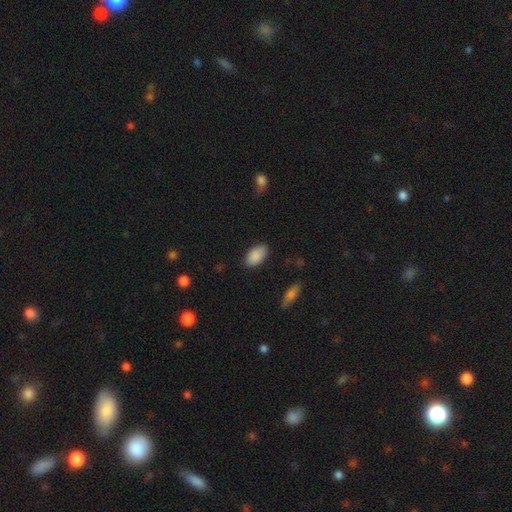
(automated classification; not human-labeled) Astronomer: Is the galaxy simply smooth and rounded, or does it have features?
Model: smooth — 89%.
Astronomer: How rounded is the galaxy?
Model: in between — 94%.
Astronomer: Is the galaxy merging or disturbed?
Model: none — 85%.